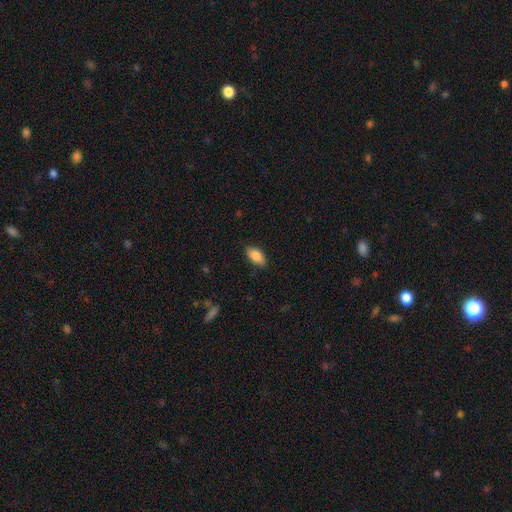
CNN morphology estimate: smooth-or-featured: smooth: 85% | featured or disk: 8% | star or artifact: 7%
  how-rounded: in between: 92% | cigar-shaped: 5% | round: 3%
  merging: none: 85% | minor disturbance: 12% | major disturbance: 2% | merger: 1%